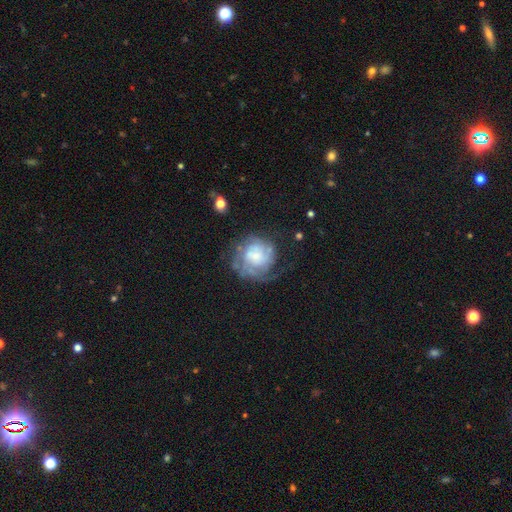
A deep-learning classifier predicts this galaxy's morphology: Overall: featured or disk (69%). Edge-on disk: no (98%). Bar: no (73%). Spiral arms: yes (83%). Spiral arm count: can't tell (44%; 2 23%). Spiral winding: tight (51%; medium 32%). Bulge size: small (44%; moderate 29%). Merging: none (50%; major disturbance 26%).